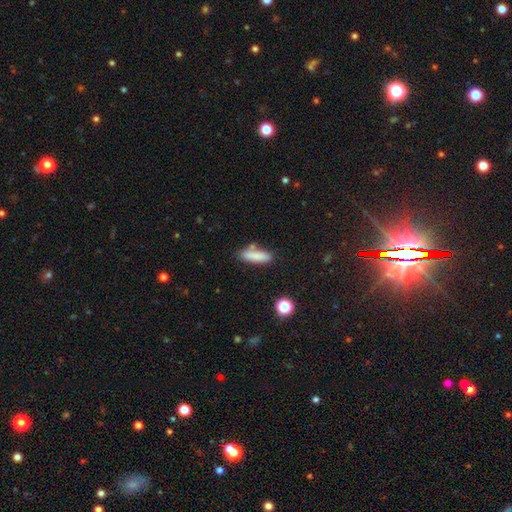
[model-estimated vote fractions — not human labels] smooth 84%, featured or disk 8%, star or artifact 8%. Down the decision tree: how rounded — cigar-shaped (52%); merging — none (70%).